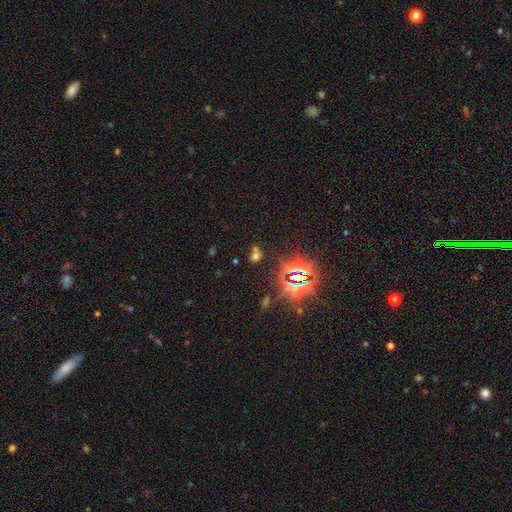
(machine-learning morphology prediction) type=star or artifact (47%).